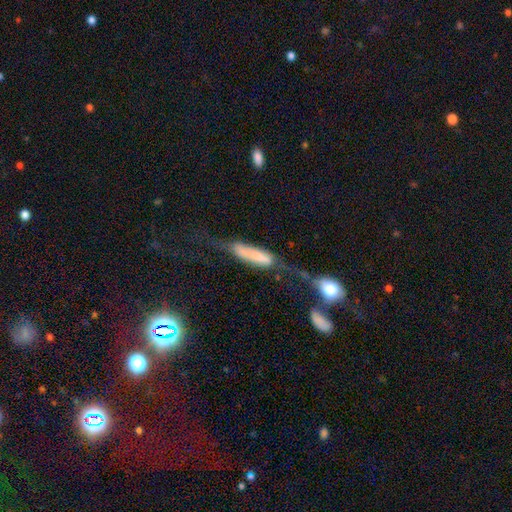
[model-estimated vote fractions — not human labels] The model was most divided on "merging": major disturbance: 33%, merger: 24%, none: 24%, minor disturbance: 20%. More confident: how rounded — cigar-shaped (63%); smooth or featured — smooth (54%).